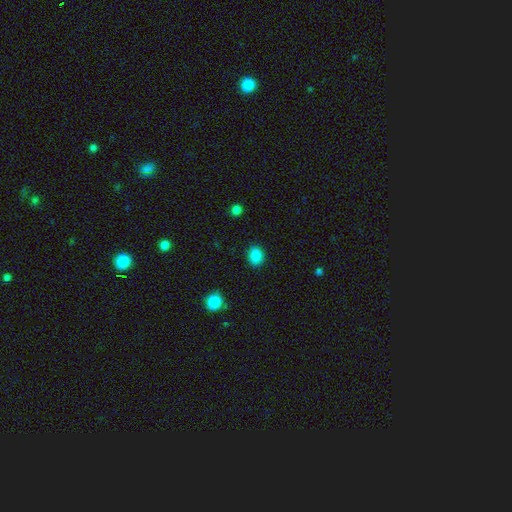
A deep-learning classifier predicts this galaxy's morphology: Smooth or featured: smooth — 87% (star or artifact — 10%)
How rounded: round — 50% (in between — 49%)
Merging: none — 89% (minor disturbance — 8%)